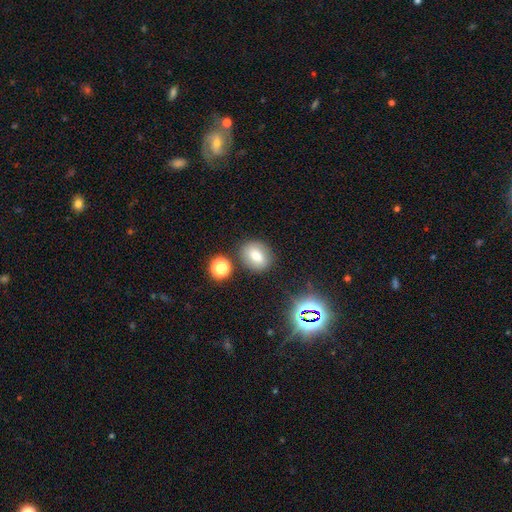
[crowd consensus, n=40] smooth 88%, featured or disk 10%, star or artifact 2%. Down the decision tree: how rounded — in between (60%); merging — none (90%).